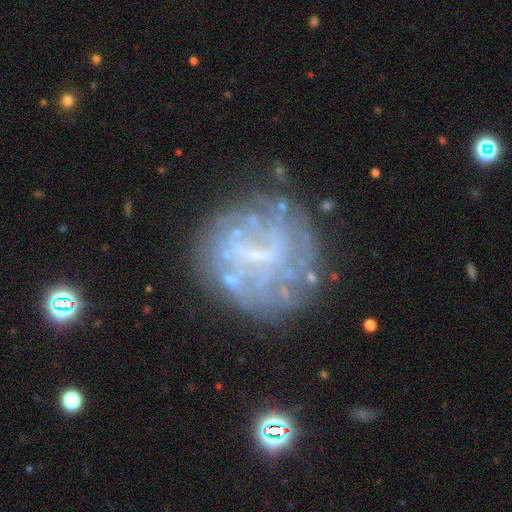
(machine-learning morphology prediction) Smooth or featured? Predicted: featured or disk (p=0.68). Edge-on disk? Predicted: no (p=0.98). Bar? Predicted: weak (p=0.43). Spiral arms? Predicted: no (p=0.60). Bulge size? Predicted: none (p=0.45). Merging? Predicted: none (p=0.67).